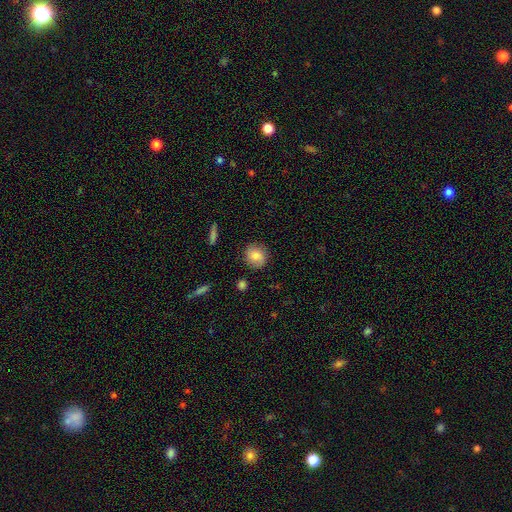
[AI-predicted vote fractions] Morphology: type=smooth (79%); roundness=round (79%); merging=none (85%).